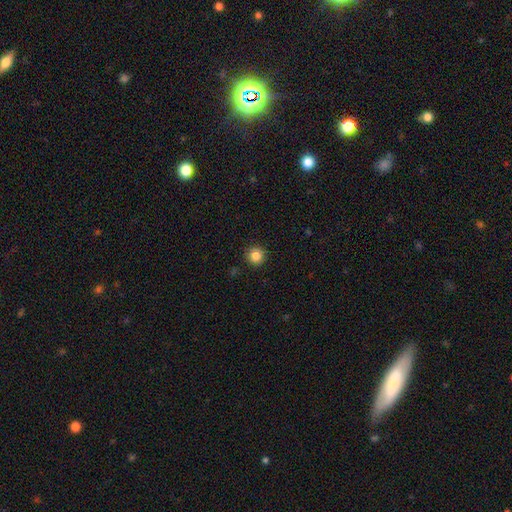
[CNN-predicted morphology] This is clearly a smooth galaxy (85%). How rounded: clearly round (95%). Merging: clearly none (92%).